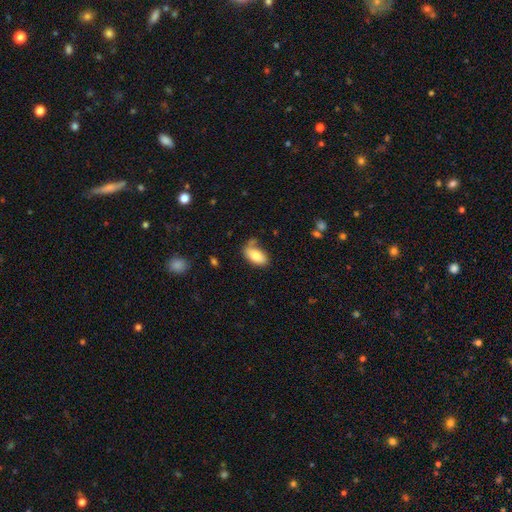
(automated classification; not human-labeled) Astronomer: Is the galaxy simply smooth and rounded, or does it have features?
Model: smooth — 83%.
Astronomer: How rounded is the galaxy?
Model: in between — 92%.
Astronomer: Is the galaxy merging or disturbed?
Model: none — 63%.